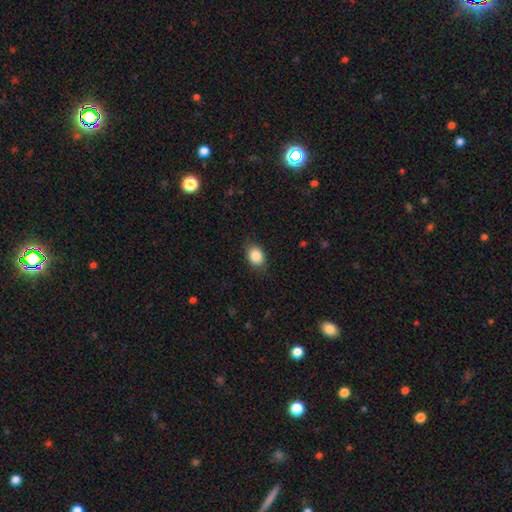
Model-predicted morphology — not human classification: smooth-or-featured: smooth: 86% | star or artifact: 8% | featured or disk: 6%
  how-rounded: in between: 65% | round: 34% | cigar-shaped: 1%
  merging: none: 82% | minor disturbance: 14% | major disturbance: 3% | merger: 1%